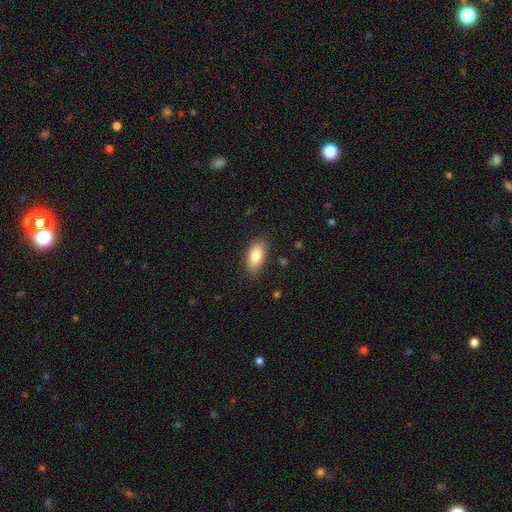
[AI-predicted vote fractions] A smooth galaxy with no disk features (82%) that is in between round and cigar-shaped (88%).

Vote fractions:
- Smooth or featured? smooth: 82% / featured or disk: 11% / star or artifact: 7%
- How rounded? in between: 88% / cigar-shaped: 8% / round: 3%
- Merging? none: 85% / minor disturbance: 11% / major disturbance: 3% / merger: 1%